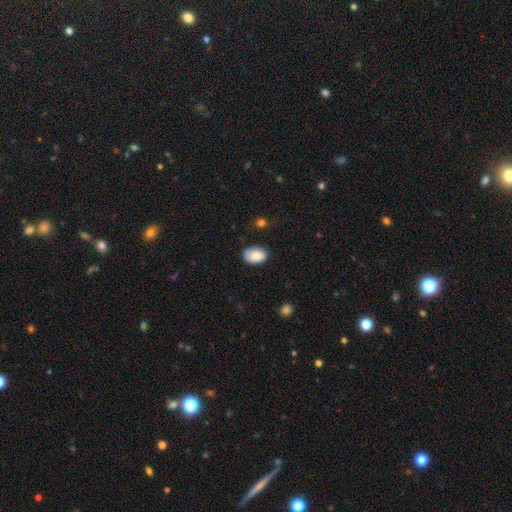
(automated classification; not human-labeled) Smooth or featured? Predicted: smooth (p=0.87). How rounded? Predicted: in between (p=0.85). Merging? Predicted: none (p=0.79).